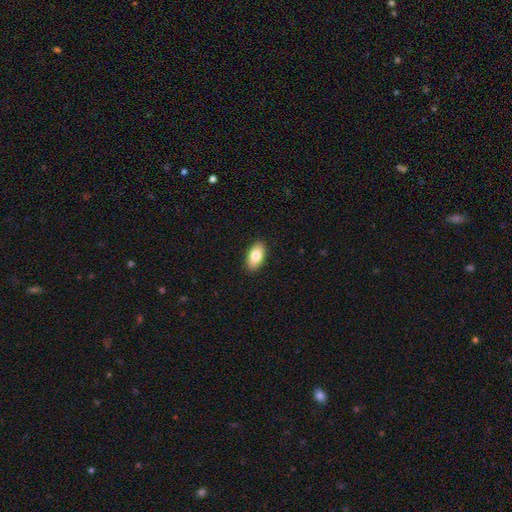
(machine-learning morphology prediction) This is clearly a smooth galaxy (81%). How rounded: clearly in between (91%). Merging: clearly none (90%).